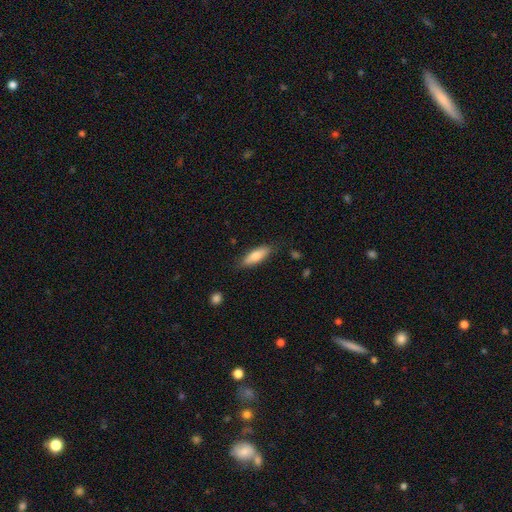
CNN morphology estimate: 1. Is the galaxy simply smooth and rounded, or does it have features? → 74% smooth, 20% featured or disk, 6% star or artifact.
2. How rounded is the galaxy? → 54% in between, 44% cigar-shaped, 2% round.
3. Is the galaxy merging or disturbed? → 83% none, 13% minor disturbance, 3% major disturbance, 2% merger.